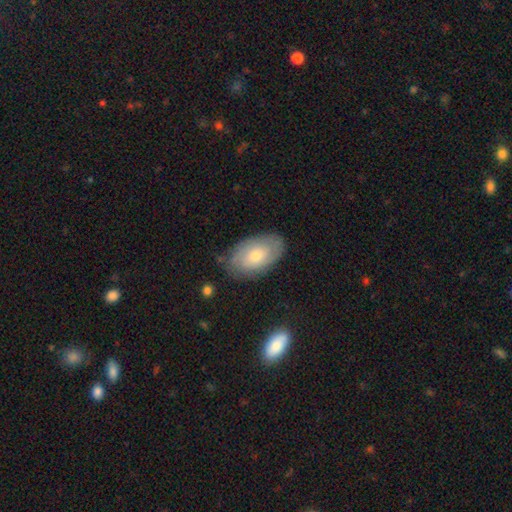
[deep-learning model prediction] The model was most divided on "smooth or featured": smooth: 59%, featured or disk: 34%, star or artifact: 7%. More confident: how rounded — in between (93%); merging — none (76%).